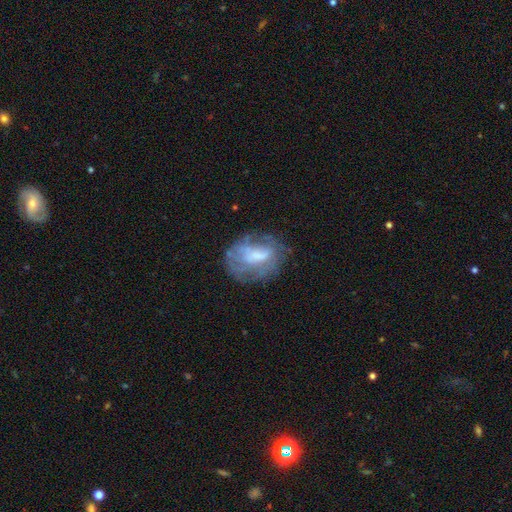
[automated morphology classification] Smooth or featured: featured or disk — 52% (smooth — 38%)
Edge-on disk: no — 96% (yes — 4%)
Merging: none — 56% (minor disturbance — 22%)